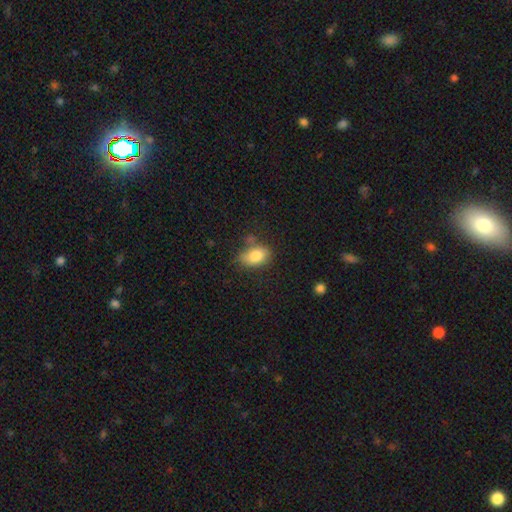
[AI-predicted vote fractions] The model was most divided on "merging": none: 61%, minor disturbance: 25%, merger: 7%, major disturbance: 7%. More confident: how rounded — in between (84%); smooth or featured — smooth (83%).